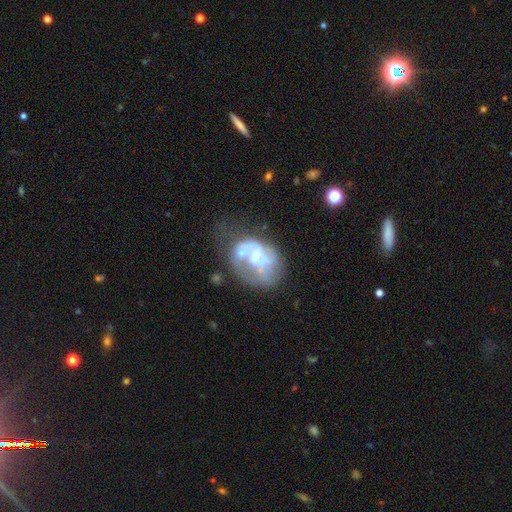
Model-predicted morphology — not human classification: Smooth or featured: featured or disk — 64% (smooth — 25%)
Edge-on disk: no — 98% (yes — 2%)
Bar: no — 72% (weak — 23%)
Spiral arms: no — 67% (yes — 33%)
Bulge size: small — 38% (moderate — 35%)
Merging: major disturbance — 30% (none — 26%)